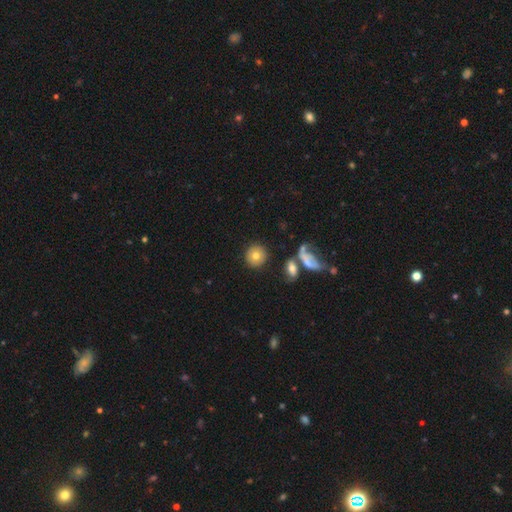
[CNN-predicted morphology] This is likely a smooth galaxy (74%). How rounded: clearly round (88%). Merging: clearly none (82%).